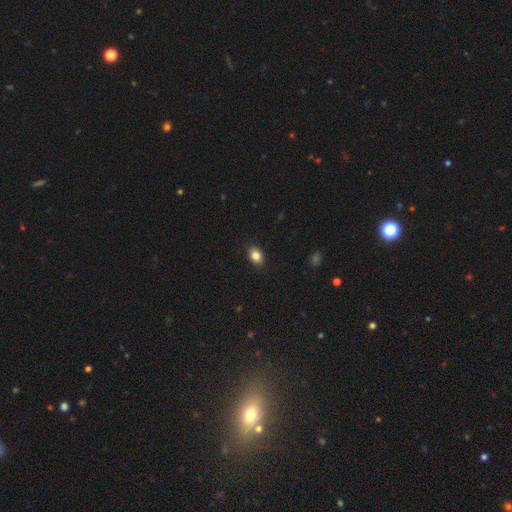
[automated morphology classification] smooth-or-featured: smooth: 85% | star or artifact: 9% | featured or disk: 5%
  how-rounded: in between: 70% | round: 29% | cigar-shaped: 1%
  merging: none: 89% | minor disturbance: 8% | major disturbance: 2% | merger: 1%